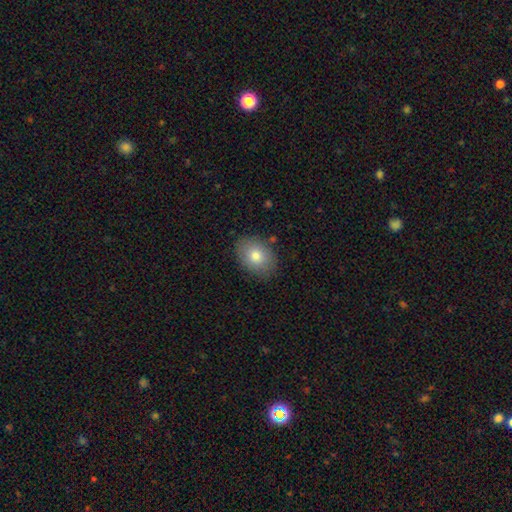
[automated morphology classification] Q: Smooth or featured?
A: smooth (80%); runner-up: featured or disk (12%)
Q: How rounded?
A: in between (72%); runner-up: round (27%)
Q: Merging?
A: none (84%); runner-up: minor disturbance (12%)